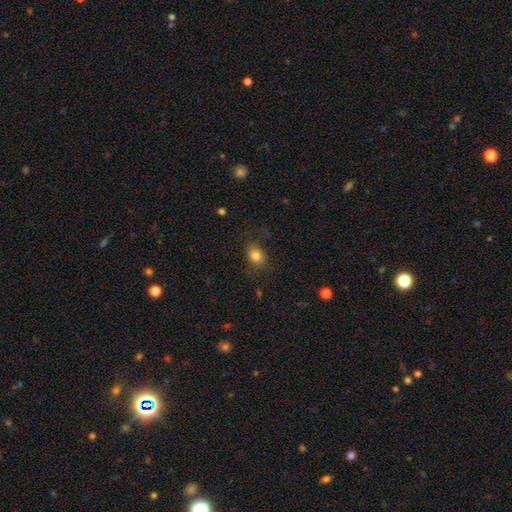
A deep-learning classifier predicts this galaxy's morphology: This is clearly a smooth galaxy (82%). How rounded: likely in between (62%). Merging: likely none (79%).